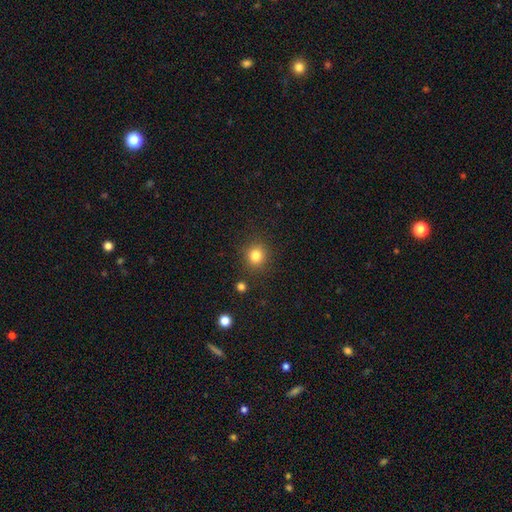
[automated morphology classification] Smooth or featured: smooth — 82% (star or artifact — 12%)
How rounded: round — 88% (in between — 12%)
Merging: none — 87% (minor disturbance — 8%)